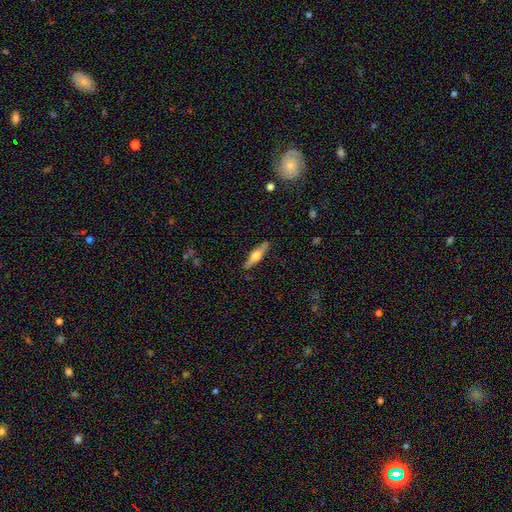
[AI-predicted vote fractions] Overall: featured or disk (54%; smooth 40%). Edge-on disk: yes (94%). Edge-on bulge: rounded (92%). Merging: none (87%).